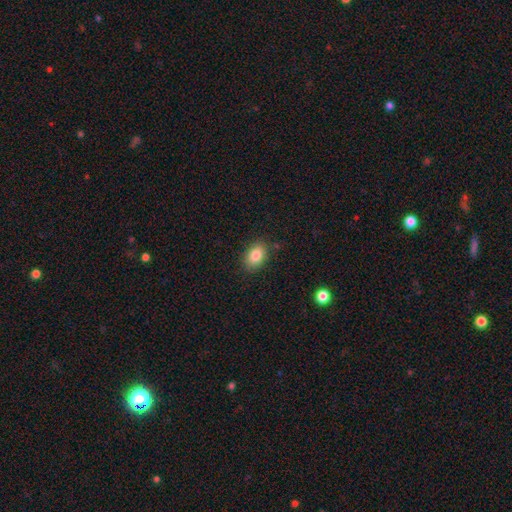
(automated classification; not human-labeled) A smooth galaxy with no disk features (84%) that is in between round and cigar-shaped (84%). Merging: none (85%).